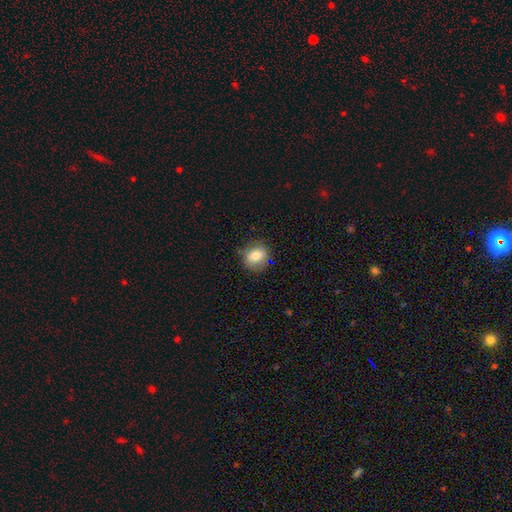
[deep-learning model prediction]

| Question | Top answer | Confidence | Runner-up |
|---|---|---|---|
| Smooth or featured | smooth | 78% | featured or disk (13%) |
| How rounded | round | 62% | in between (37%) |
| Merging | none | 79% | minor disturbance (16%) |